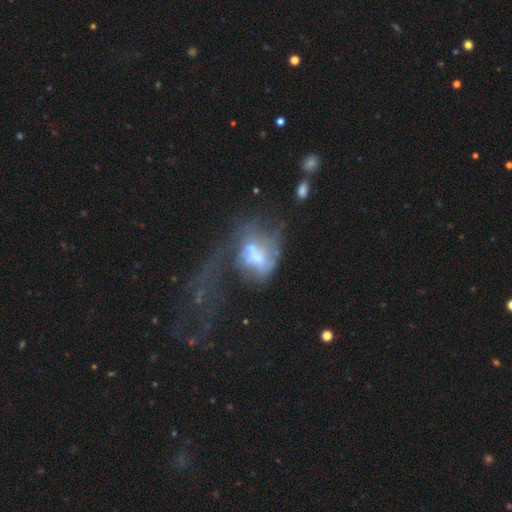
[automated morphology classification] Smooth or featured?
  - featured or disk: 53% *
  - smooth: 34%
  - star or artifact: 13%
Edge-on disk?
  - no: 95% *
  - yes: 5%
Bar?
  - no: 65% *
  - weak: 25%
  - strong: 10%
Spiral arms?
  - no: 77% *
  - yes: 23%
Bulge size?
  - moderate: 38% *
  - small: 24%
  - none: 18%
  - large: 16%
  - dominant: 4%
Merging?
  - major disturbance: 56% *
  - merger: 20%
  - none: 13%
  - minor disturbance: 11%